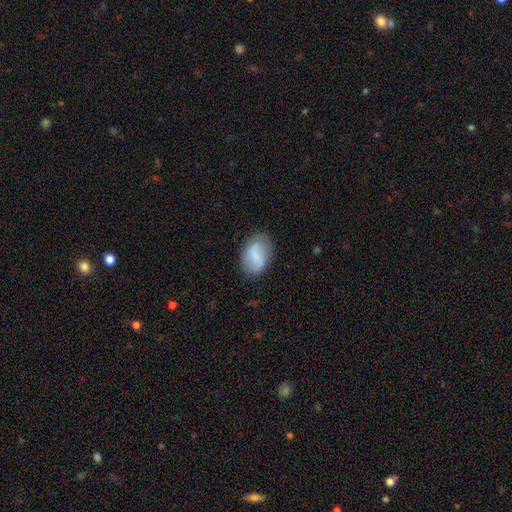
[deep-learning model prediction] This is possibly a smooth galaxy (60%). How rounded: clearly in between (86%). Merging: likely none (75%).